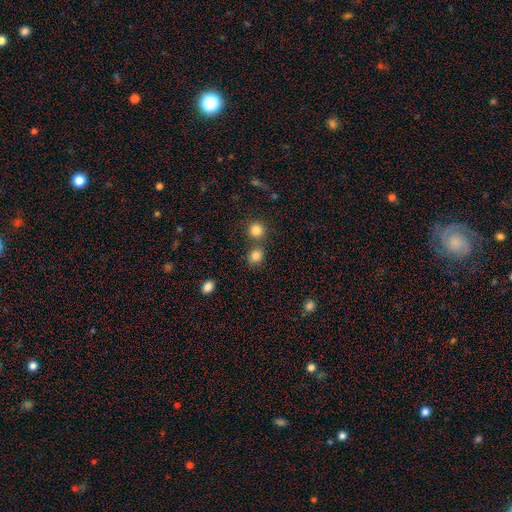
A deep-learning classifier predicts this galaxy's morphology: The model was most divided on "merging": none: 66%, merger: 22%, minor disturbance: 9%, major disturbance: 3%. More confident: smooth or featured — smooth (82%); how rounded — round (80%).